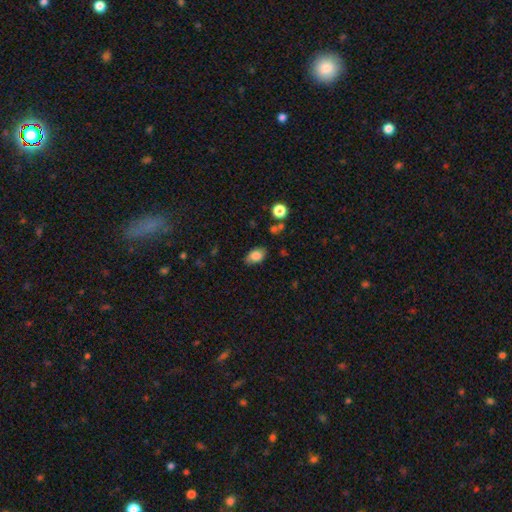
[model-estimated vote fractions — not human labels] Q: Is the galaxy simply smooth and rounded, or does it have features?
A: smooth — 83%.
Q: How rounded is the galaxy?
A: in between — 88%.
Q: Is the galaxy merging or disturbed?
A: none — 80%.